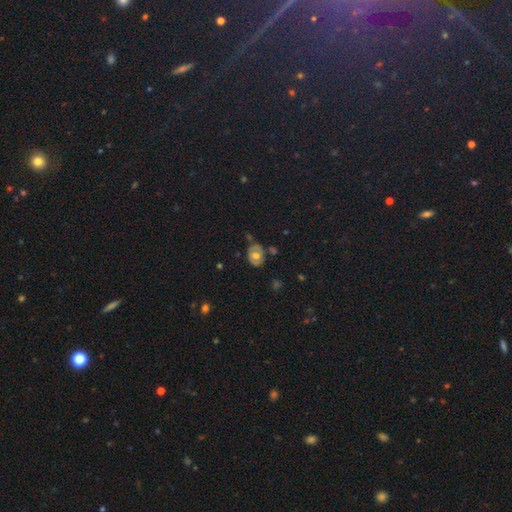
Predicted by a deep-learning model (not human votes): Smooth or featured? smooth (50%)
Merging? none (65%)